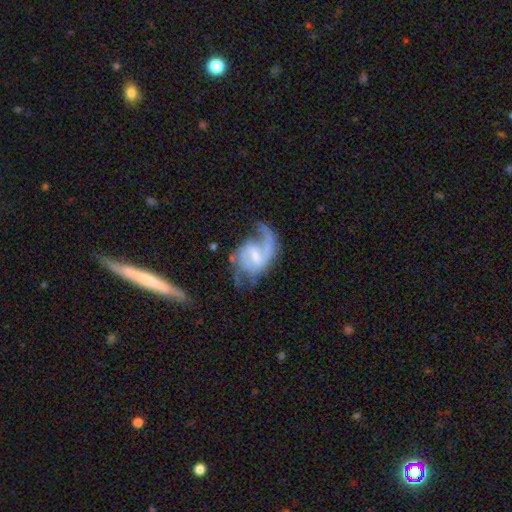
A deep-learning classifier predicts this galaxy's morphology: Smooth or featured: featured or disk — 85% (smooth — 9%)
Edge-on disk: no — 98% (yes — 2%)
Bar: weak — 59% (strong — 21%)
Spiral arms: yes — 93% (no — 7%)
Spiral winding: loose — 44% (medium — 43%)
Spiral arm count: 2 — 54% (1 — 34%)
Bulge size: small — 47% (moderate — 28%)
Merging: none — 44% (major disturbance — 31%)